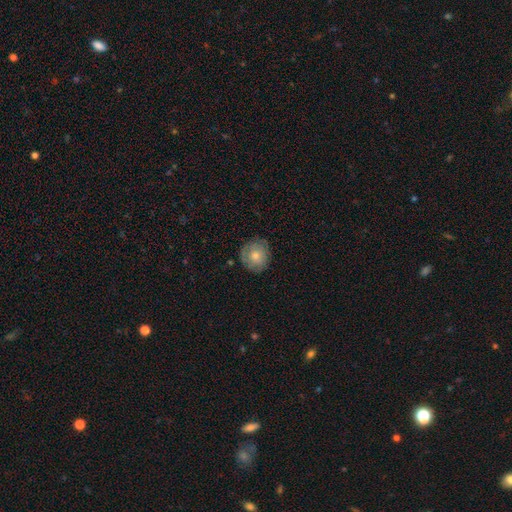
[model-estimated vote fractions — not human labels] This appears to be a smooth galaxy with no disk features (67%) that is round (85%). Merging: none (79%).